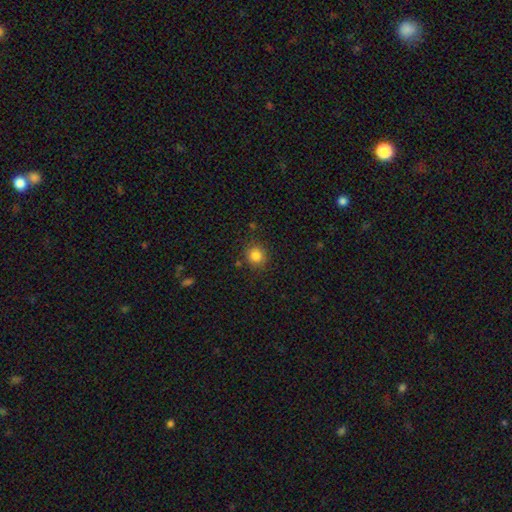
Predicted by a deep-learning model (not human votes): Morphology: type=smooth (83%); roundness=round (89%); merging=none (86%).